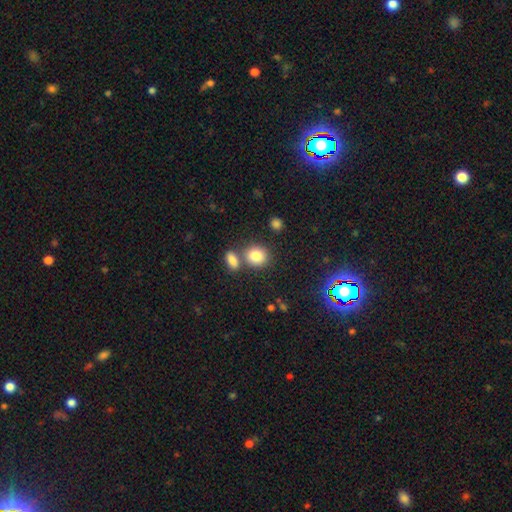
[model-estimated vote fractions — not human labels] This is clearly a smooth galaxy (84%). How rounded: likely round (67%). Merging: likely none (61%).